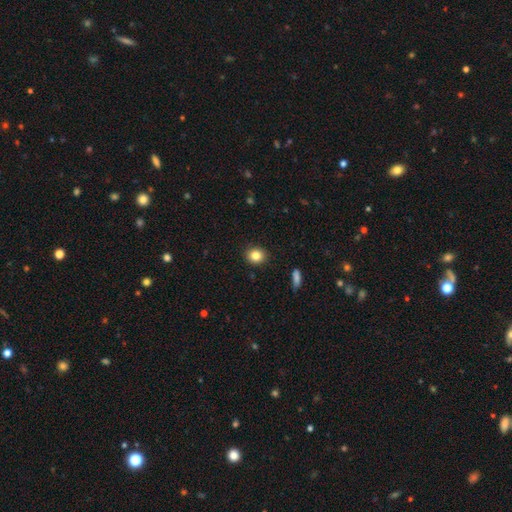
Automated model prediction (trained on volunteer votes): Smooth or featured? smooth (83%)
How rounded? round (74%)
Merging? none (90%)